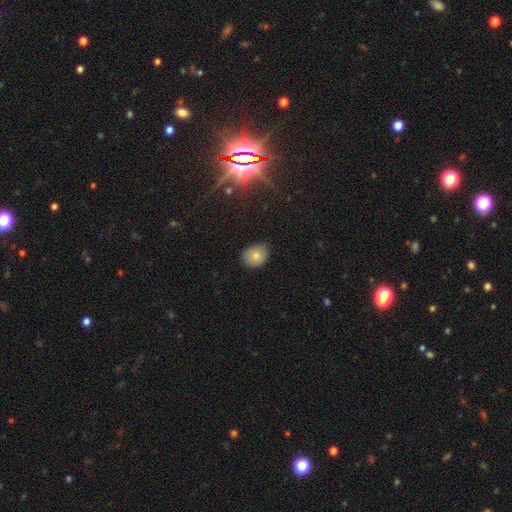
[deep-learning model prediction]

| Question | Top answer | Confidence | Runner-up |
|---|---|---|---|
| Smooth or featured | smooth | 78% | star or artifact (11%) |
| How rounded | round | 51% | in between (48%) |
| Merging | none | 81% | minor disturbance (15%) |